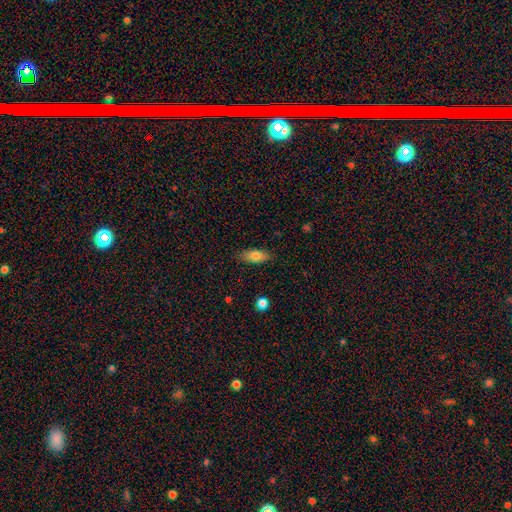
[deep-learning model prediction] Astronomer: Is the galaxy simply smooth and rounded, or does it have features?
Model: smooth — 76%.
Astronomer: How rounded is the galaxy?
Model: in between — 80%.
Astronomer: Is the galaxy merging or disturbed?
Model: none — 86%.